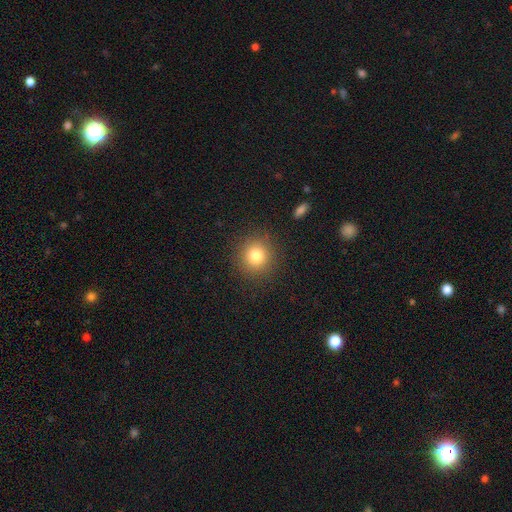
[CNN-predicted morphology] smooth 81%, star or artifact 12%, featured or disk 8%. Down the decision tree: how rounded — round (91%); merging — none (89%).